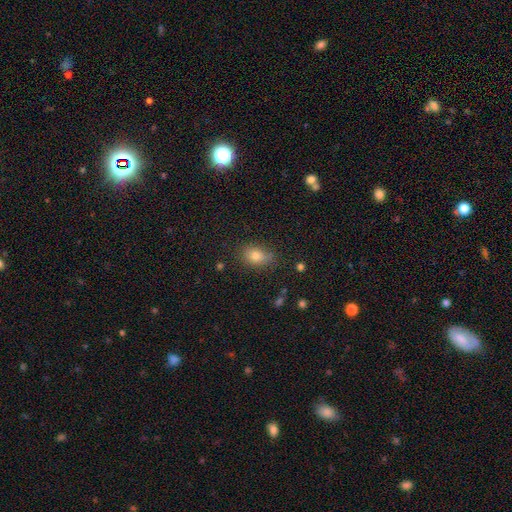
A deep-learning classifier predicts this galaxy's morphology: This appears to be a smooth galaxy with no disk features (78%) that is in between round and cigar-shaped (77%). Merging: none (77%).